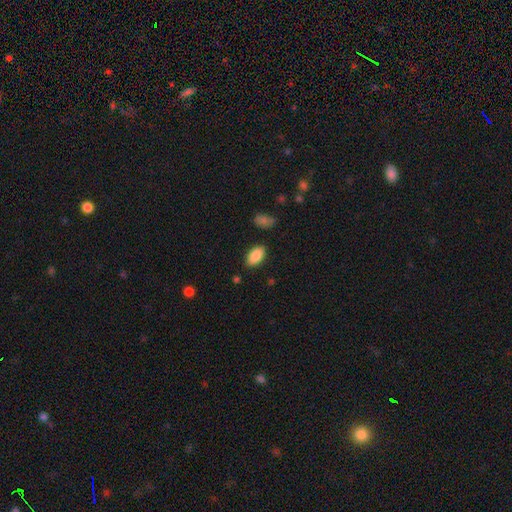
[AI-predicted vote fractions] Smooth or featured? smooth (88%)
How rounded? in between (94%)
Merging? none (86%)